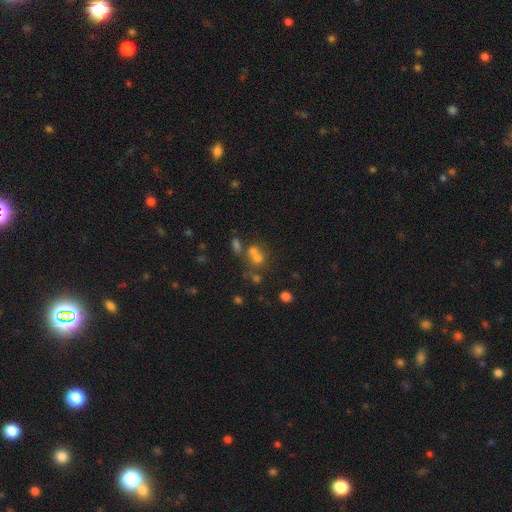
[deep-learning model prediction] The model was most divided on "merging": none: 46%, merger: 41%, minor disturbance: 8%, major disturbance: 5%. More confident: how rounded — round (76%); smooth or featured — smooth (51%).